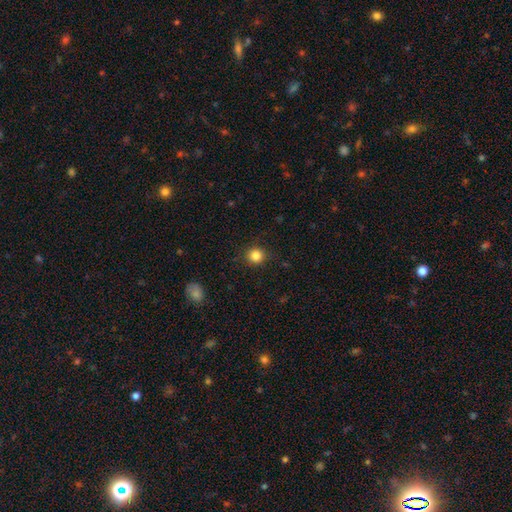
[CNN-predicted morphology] smooth 83%, star or artifact 12%, featured or disk 5%. Down the decision tree: how rounded — round (92%); merging — none (89%).